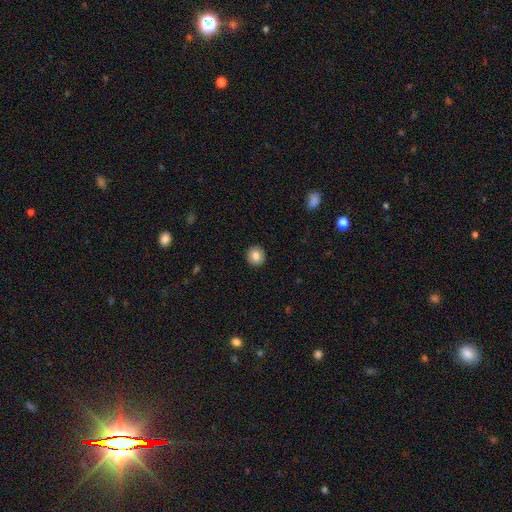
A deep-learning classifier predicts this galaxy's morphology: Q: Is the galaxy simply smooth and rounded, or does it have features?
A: smooth — 83%.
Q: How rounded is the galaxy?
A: round — 89%.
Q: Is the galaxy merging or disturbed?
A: none — 91%.